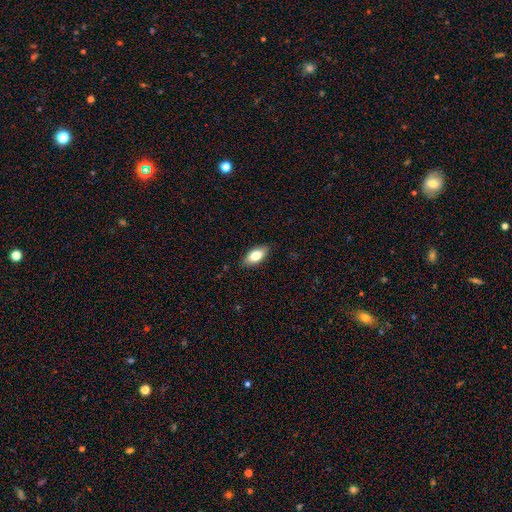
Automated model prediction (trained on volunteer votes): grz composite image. It shows a smooth galaxy with no disk features (77%) that is in between round and cigar-shaped (88%). Merging: none (87%).